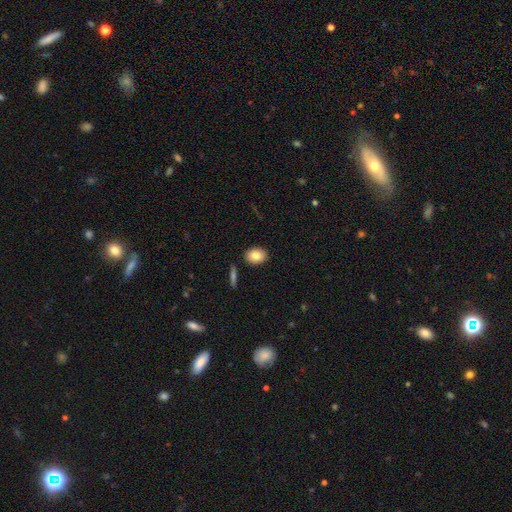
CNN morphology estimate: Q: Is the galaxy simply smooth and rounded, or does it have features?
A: smooth — 82%.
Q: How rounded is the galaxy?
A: in between — 73%.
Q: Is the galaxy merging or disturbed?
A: none — 89%.